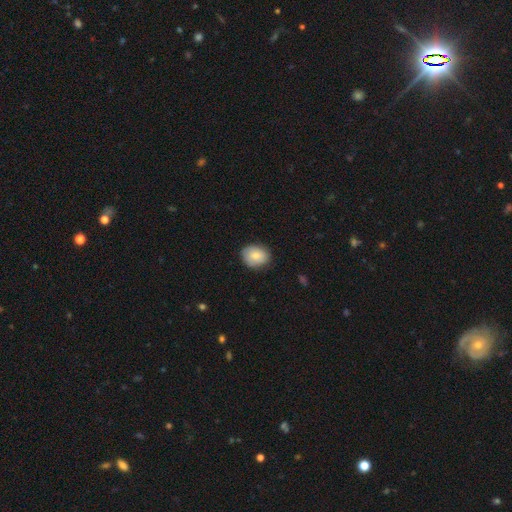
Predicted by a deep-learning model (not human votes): smooth-or-featured: smooth: 81% | featured or disk: 12% | star or artifact: 7%
  how-rounded: round: 50% | in between: 49% | cigar-shaped: 1%
  merging: none: 82% | minor disturbance: 14% | major disturbance: 3% | merger: 1%